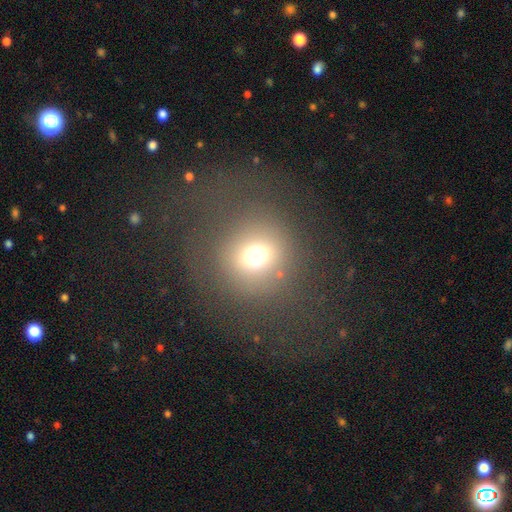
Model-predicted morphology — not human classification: type=smooth (68%); roundness=round (90%); merging=none (75%).